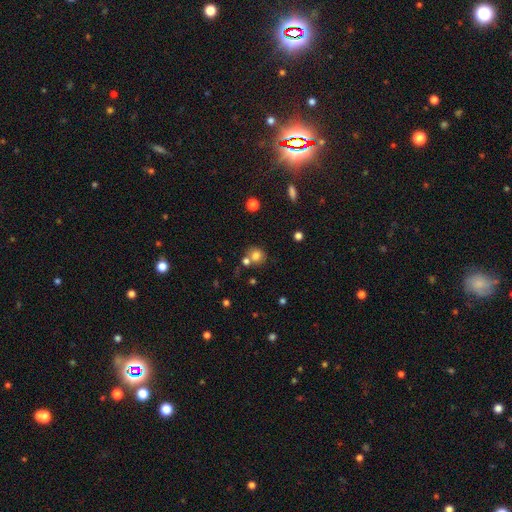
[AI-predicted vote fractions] Smooth or featured?
  - smooth: 78% *
  - star or artifact: 13%
  - featured or disk: 9%
How rounded?
  - round: 86% *
  - in between: 13%
  - cigar-shaped: 1%
Merging?
  - none: 63% *
  - merger: 25%
  - minor disturbance: 9%
  - major disturbance: 3%